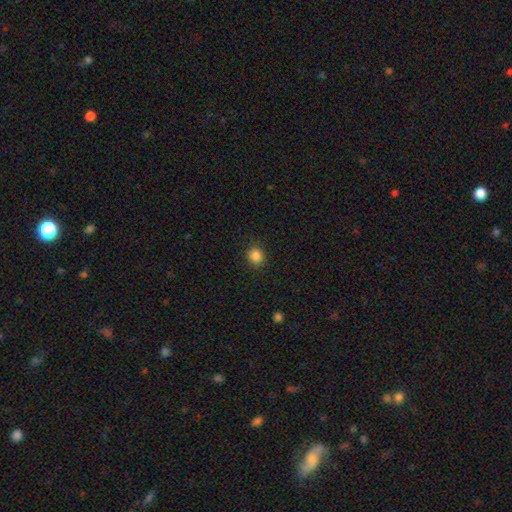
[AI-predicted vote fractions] smooth-or-featured: smooth: 85% | star or artifact: 11% | featured or disk: 3%
  how-rounded: round: 86% | in between: 13% | cigar-shaped: 1%
  merging: none: 89% | minor disturbance: 7% | major disturbance: 2% | merger: 1%